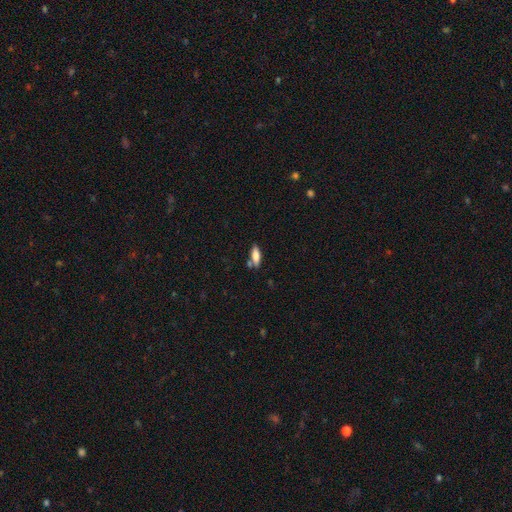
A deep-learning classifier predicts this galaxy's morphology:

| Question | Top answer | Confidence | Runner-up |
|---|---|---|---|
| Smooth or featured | smooth | 71% | featured or disk (22%) |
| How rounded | in between | 57% | cigar-shaped (40%) |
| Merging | none | 73% | minor disturbance (14%) |